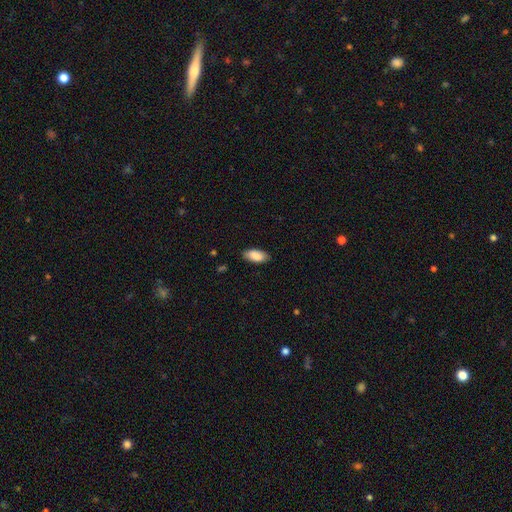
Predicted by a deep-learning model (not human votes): This appears to be a smooth galaxy with no disk features (89%) that is in between round and cigar-shaped (92%). Merging: none (85%).